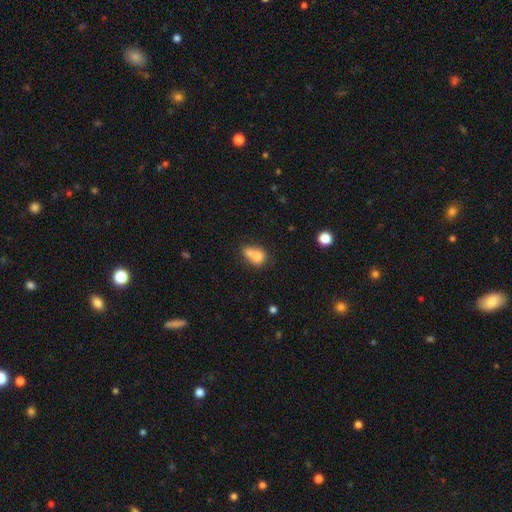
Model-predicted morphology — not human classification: smooth-or-featured: smooth: 73% | featured or disk: 17% | star or artifact: 10%
  how-rounded: round: 56% | in between: 42% | cigar-shaped: 1%
  merging: merger: 66% | none: 23% | minor disturbance: 7% | major disturbance: 4%